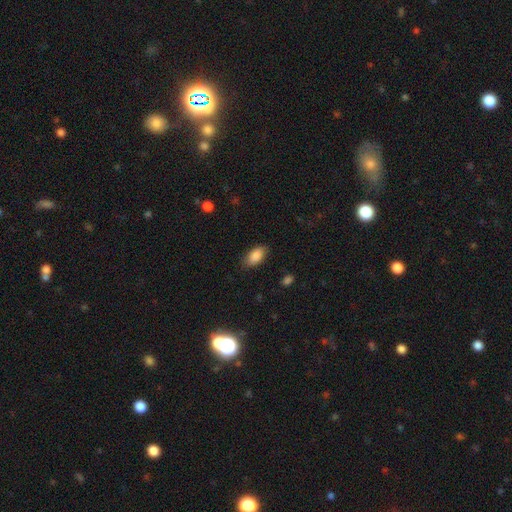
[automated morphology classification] This appears to be a smooth galaxy with no disk features (86%) that is in between round and cigar-shaped (92%). Merging: none (81%).